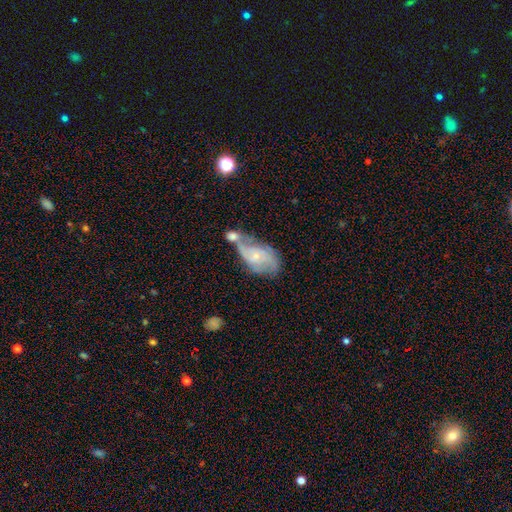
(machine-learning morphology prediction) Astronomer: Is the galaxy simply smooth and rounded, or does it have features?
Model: featured or disk — 68%.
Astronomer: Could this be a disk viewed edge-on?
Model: no — 95%.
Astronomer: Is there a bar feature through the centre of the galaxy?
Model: no — 67%.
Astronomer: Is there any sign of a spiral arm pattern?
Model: yes — 84%.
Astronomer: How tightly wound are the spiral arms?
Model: medium — 44% (runner-up: tight, 30%).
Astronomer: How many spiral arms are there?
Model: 2 — 56%.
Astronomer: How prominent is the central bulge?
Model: small — 73%.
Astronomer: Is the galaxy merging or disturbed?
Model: merger — 38% (runner-up: none, 26%).